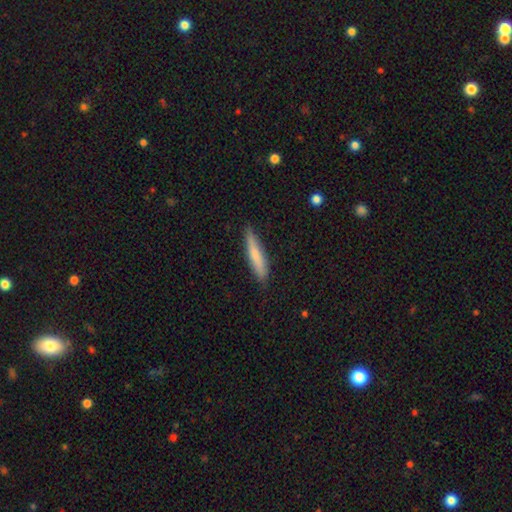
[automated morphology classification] This appears to be a smooth galaxy with no disk features (73%) that is cigar-shaped (89%). Merging: none (86%).